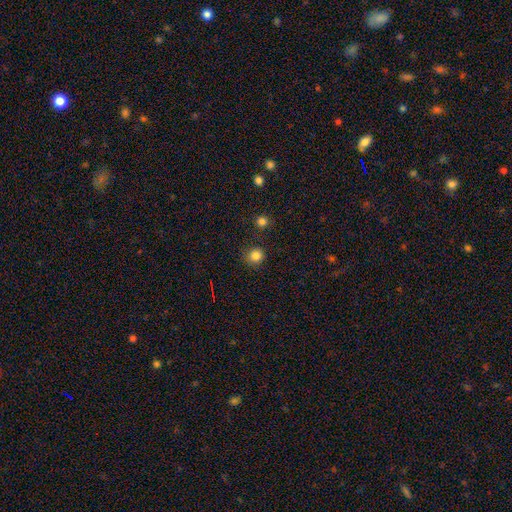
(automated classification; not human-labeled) Smooth or featured: smooth — 83% (star or artifact — 13%)
How rounded: round — 88% (in between — 11%)
Merging: none — 86% (minor disturbance — 9%)